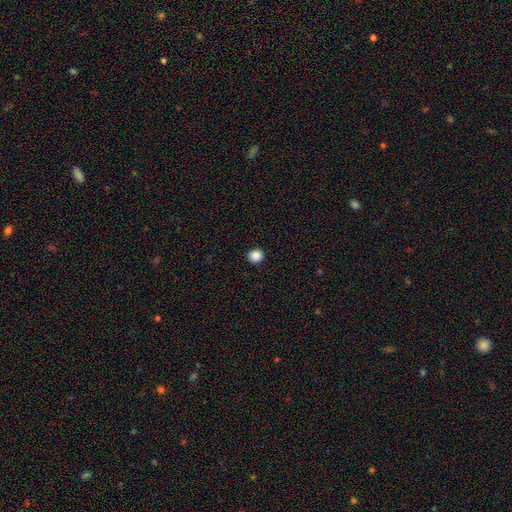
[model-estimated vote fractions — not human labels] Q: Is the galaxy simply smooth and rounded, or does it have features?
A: smooth — 87%.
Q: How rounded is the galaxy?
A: round — 90%.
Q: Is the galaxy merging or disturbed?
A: none — 93%.